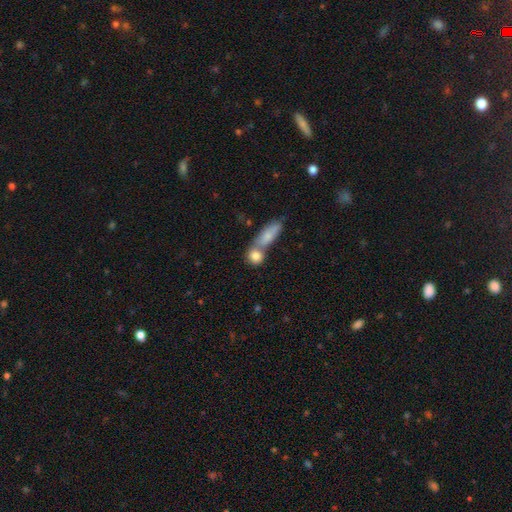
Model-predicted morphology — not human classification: Overall: smooth (82%). How rounded: round (63%; in between 28%). Merging: merger (47%; none 41%).